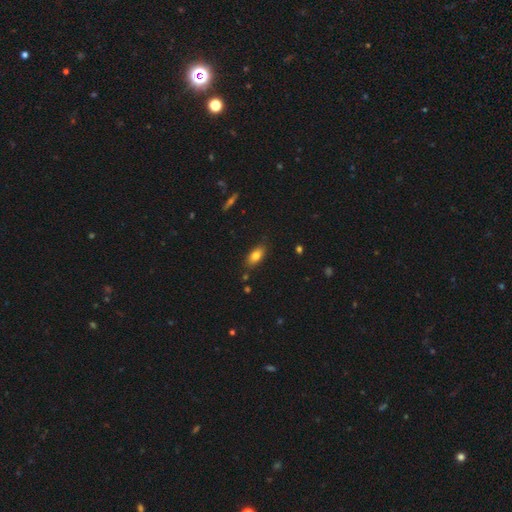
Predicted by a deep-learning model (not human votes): Morphology: type=smooth (79%); roundness=in between (86%); merging=none (82%).